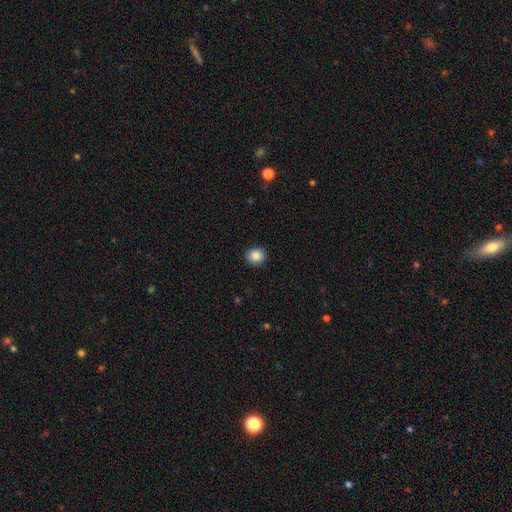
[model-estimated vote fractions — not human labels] A smooth galaxy with no disk features (86%) that is round (79%). Merging: none (90%).